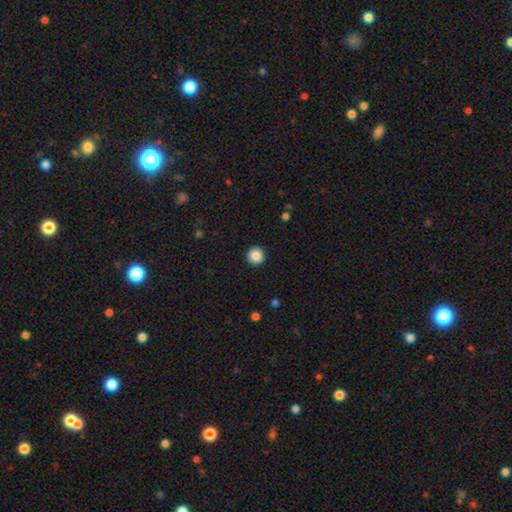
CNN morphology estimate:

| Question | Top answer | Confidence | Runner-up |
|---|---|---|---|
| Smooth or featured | smooth | 88% | star or artifact (9%) |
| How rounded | round | 95% | in between (4%) |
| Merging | none | 92% | minor disturbance (5%) |